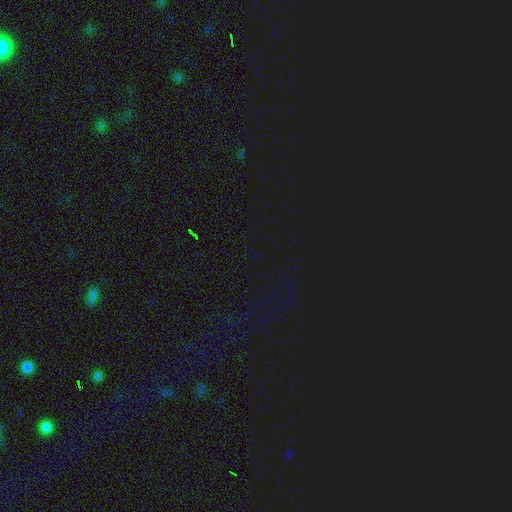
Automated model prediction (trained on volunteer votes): The model was most divided on "smooth or featured": star or artifact: 78%, smooth: 15%, featured or disk: 6%.